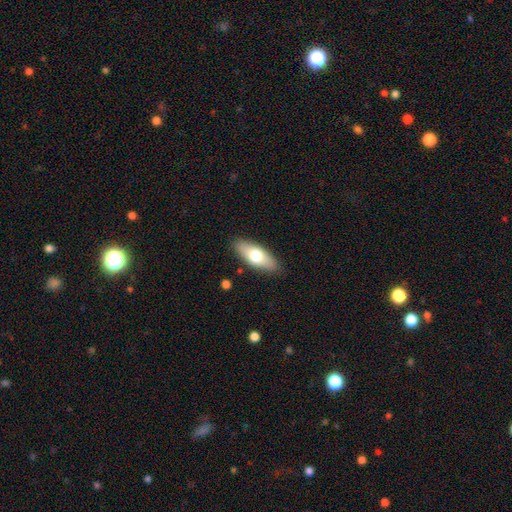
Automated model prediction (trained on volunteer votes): A smooth galaxy with no disk features (68%) that is in between round and cigar-shaped (77%).

Vote fractions:
- Smooth or featured? smooth: 68% / featured or disk: 26% / star or artifact: 6%
- How rounded? in between: 77% / cigar-shaped: 20% / round: 3%
- Merging? none: 87% / minor disturbance: 10% / major disturbance: 2% / merger: 1%